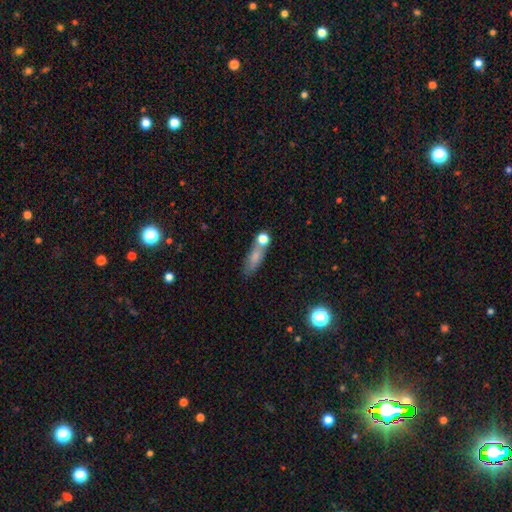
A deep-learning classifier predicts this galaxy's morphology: Overall: smooth (73%). How rounded: in between (53%; cigar-shaped 39%). Merging: none (54%; merger 22%).